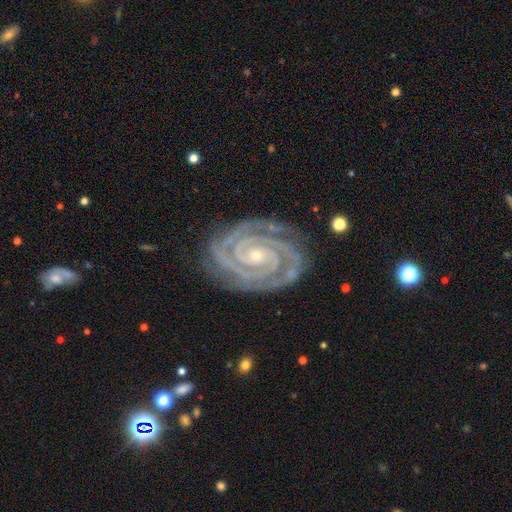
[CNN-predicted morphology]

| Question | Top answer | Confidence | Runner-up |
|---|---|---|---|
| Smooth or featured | featured or disk | 94% | star or artifact (4%) |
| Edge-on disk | no | 98% | yes (2%) |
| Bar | no | 58% | weak (23%) |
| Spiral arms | yes | 99% | no (1%) |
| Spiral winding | tight | 89% | medium (10%) |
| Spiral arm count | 2 | 65% | 3 (17%) |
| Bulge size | small | 74% | moderate (23%) |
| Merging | none | 83% | minor disturbance (13%) |